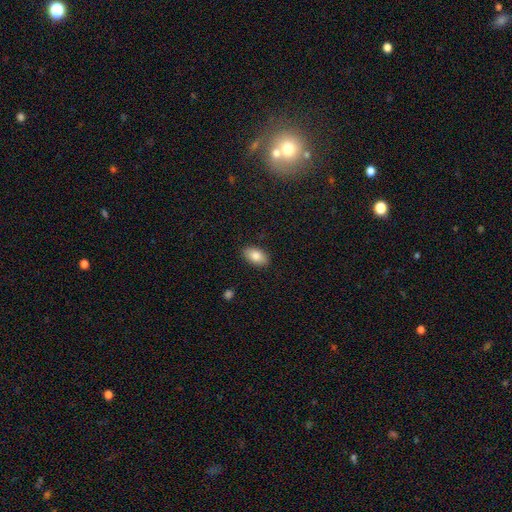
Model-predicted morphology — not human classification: This appears to be a smooth galaxy with no disk features (83%) that is in between round and cigar-shaped (93%). Merging: none (88%).